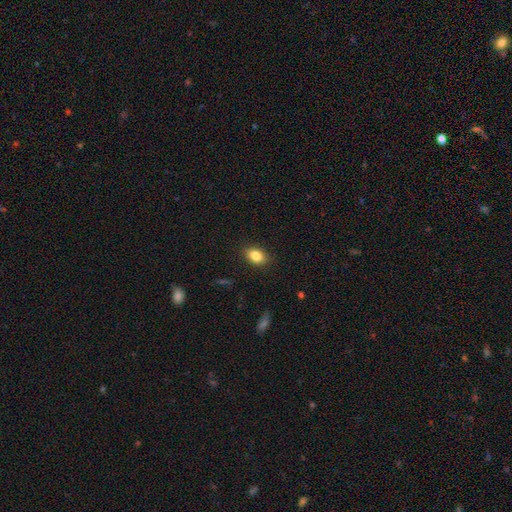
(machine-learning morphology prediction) Smooth or featured? Predicted: smooth (p=0.85). How rounded? Predicted: in between (p=0.80). Merging? Predicted: none (p=0.87).